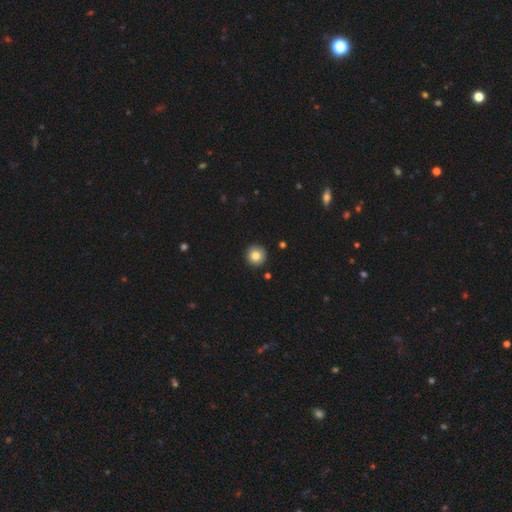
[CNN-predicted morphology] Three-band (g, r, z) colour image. It shows a smooth galaxy with no disk features (84%) that is round (95%). Merging: none (92%).